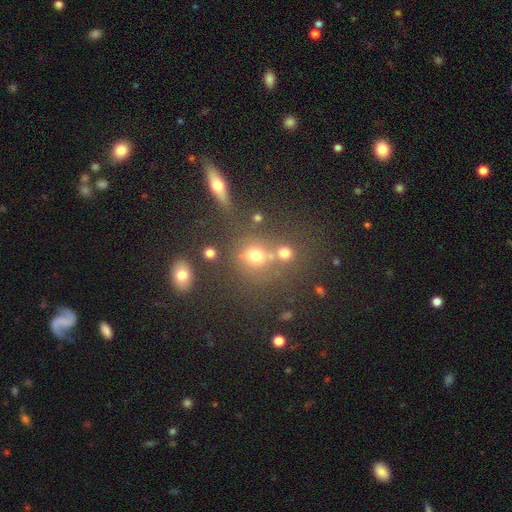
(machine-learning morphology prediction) type=smooth (68%); roundness=round (82%); merging=none (58%).